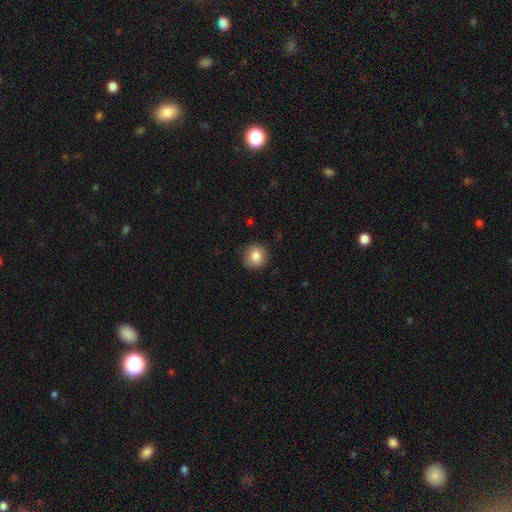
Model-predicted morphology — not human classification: Overall: smooth (85%). How rounded: round (88%). Merging: none (87%).